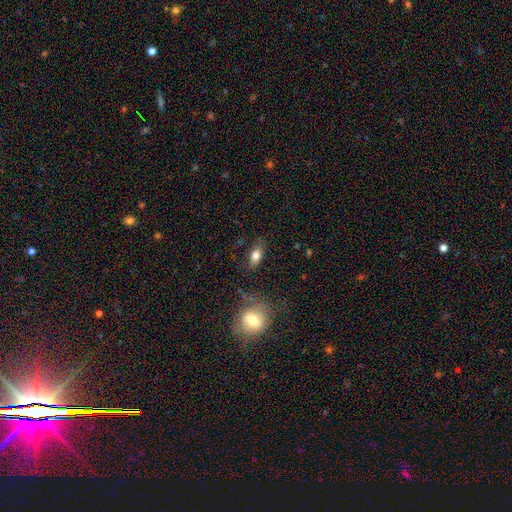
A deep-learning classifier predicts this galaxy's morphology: smooth_or_featured: smooth (p=0.78) [alt: featured or disk p=0.14]
how_rounded: in between (p=0.83) [alt: cigar-shaped p=0.08]
merging: none (p=0.77) [alt: minor disturbance p=0.15]